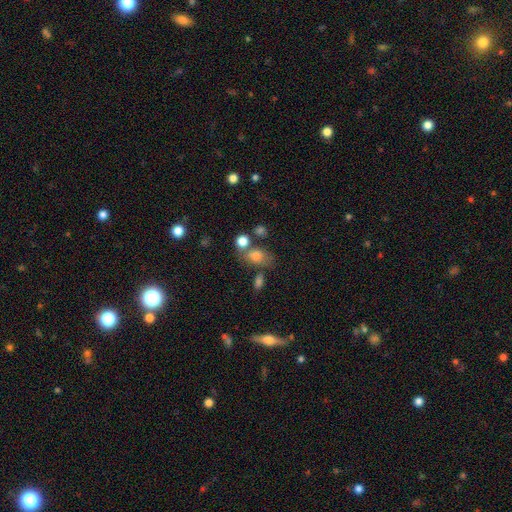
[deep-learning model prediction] A smooth galaxy with no disk features (73%) that is in between round and cigar-shaped (73%).

Vote fractions:
- Smooth or featured? smooth: 73% / star or artifact: 14% / featured or disk: 13%
- How rounded? in between: 73% / round: 24% / cigar-shaped: 3%
- Merging? none: 57% / merger: 19% / minor disturbance: 17% / major disturbance: 8%